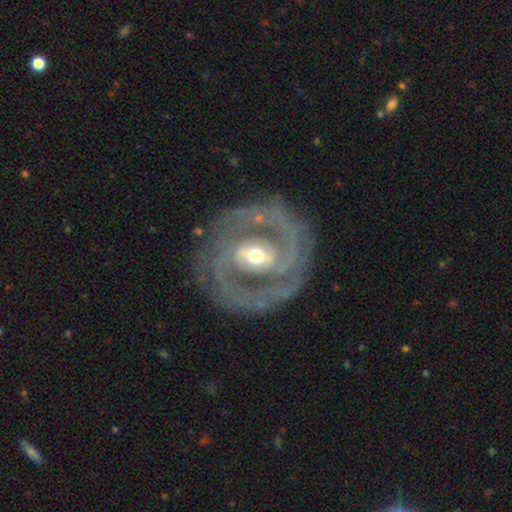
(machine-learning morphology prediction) type=featured or disk (90%); edge-on=no (97%); bar=weak (41%); spiral arms=yes (93%); winding=tight (51%); arm count=2 (69%); bulge=moderate (63%); merging=none (75%).